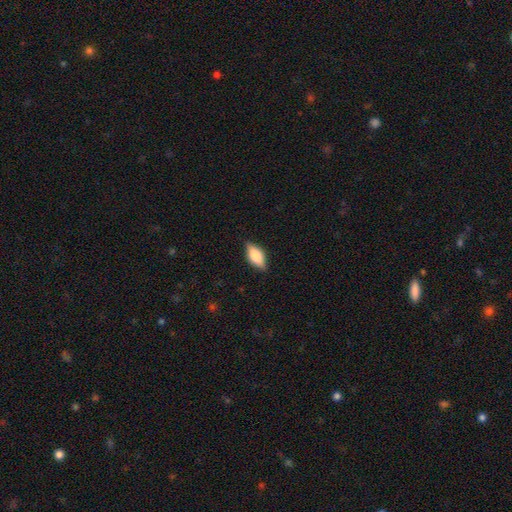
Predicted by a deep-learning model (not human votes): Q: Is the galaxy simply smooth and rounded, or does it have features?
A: smooth — 68%.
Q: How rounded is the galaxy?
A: in between — 84%.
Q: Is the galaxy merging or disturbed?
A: none — 84%.